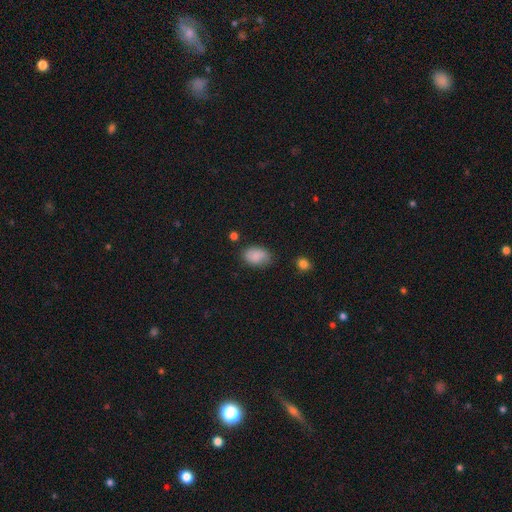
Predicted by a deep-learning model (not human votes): This appears to be a smooth galaxy with no disk features (85%) that is in between round and cigar-shaped (87%). Merging: none (72%).